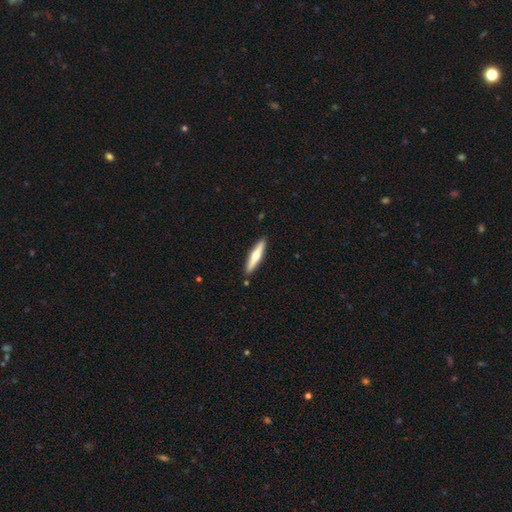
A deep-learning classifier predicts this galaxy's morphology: smooth-or-featured: featured or disk: 50% | smooth: 45% | star or artifact: 5%
  merging: none: 90% | minor disturbance: 7% | merger: 2% | major disturbance: 1%